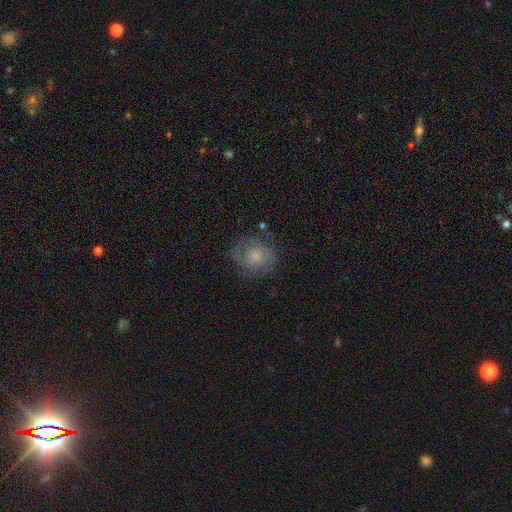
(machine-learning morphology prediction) type=featured or disk (53%); edge-on=no (97%); bar=no (77%); spiral arms=yes (85%); bulge=moderate (46%); merging=none (77%).